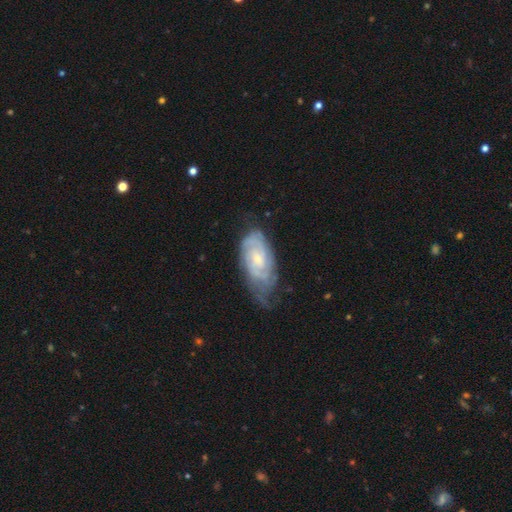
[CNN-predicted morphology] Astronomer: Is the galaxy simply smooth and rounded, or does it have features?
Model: featured or disk — 69%.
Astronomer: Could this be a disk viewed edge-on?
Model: no — 91%.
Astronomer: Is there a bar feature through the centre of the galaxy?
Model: no — 69%.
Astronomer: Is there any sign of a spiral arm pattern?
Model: yes — 87%.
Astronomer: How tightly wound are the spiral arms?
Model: tight — 61%.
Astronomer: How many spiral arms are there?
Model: can't tell — 47% (runner-up: 2, 29%).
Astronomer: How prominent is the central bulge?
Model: small — 48% (runner-up: moderate, 44%).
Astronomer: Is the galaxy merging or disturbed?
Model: none — 57%.